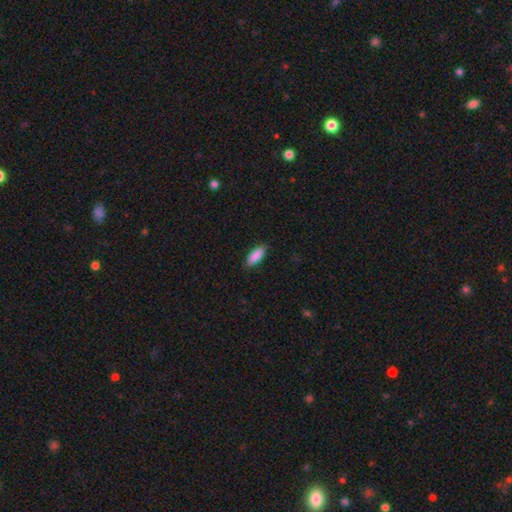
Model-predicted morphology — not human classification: Q: Smooth or featured?
A: smooth (89%); runner-up: star or artifact (6%)
Q: How rounded?
A: in between (73%); runner-up: cigar-shaped (25%)
Q: Merging?
A: none (87%); runner-up: minor disturbance (10%)